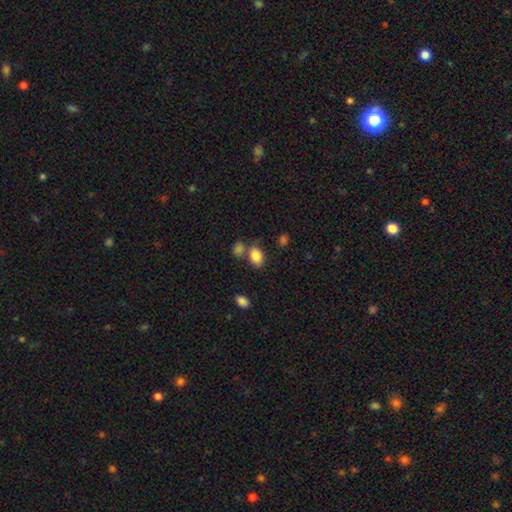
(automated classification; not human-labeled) Smooth or featured?
  - smooth: 84% *
  - star or artifact: 9%
  - featured or disk: 7%
How rounded?
  - in between: 75% *
  - round: 24%
  - cigar-shaped: 1%
Merging?
  - none: 60% *
  - merger: 21%
  - minor disturbance: 14%
  - major disturbance: 5%